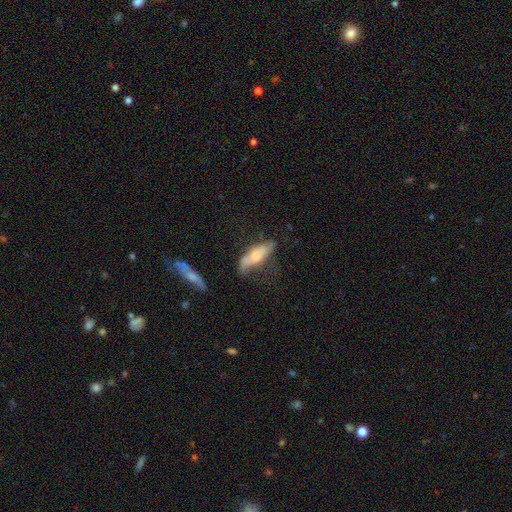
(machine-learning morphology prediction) Q: Smooth or featured?
A: smooth (61%); runner-up: featured or disk (32%)
Q: How rounded?
A: in between (53%); runner-up: cigar-shaped (44%)
Q: Merging?
A: none (48%); runner-up: minor disturbance (30%)